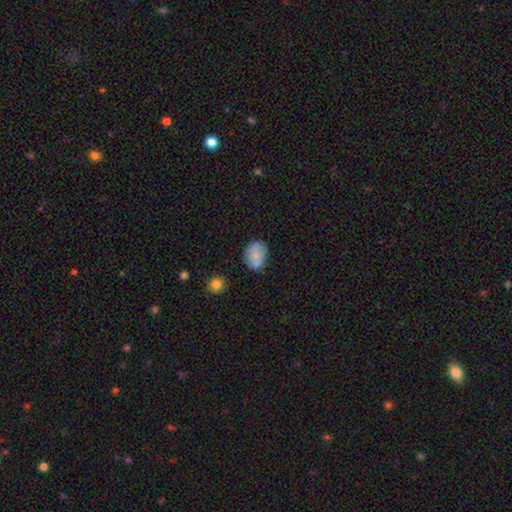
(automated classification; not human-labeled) The model was most divided on "how rounded": in between: 56%, round: 43%, cigar-shaped: 1%. More confident: smooth or featured — smooth (75%); merging — none (60%).